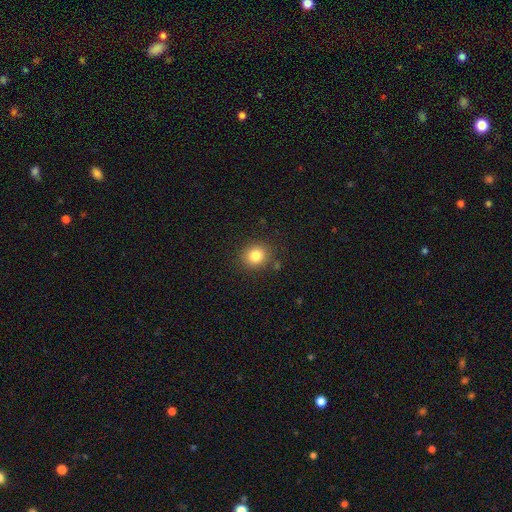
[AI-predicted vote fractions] Morphology: type=smooth (82%); roundness=round (80%); merging=none (86%).